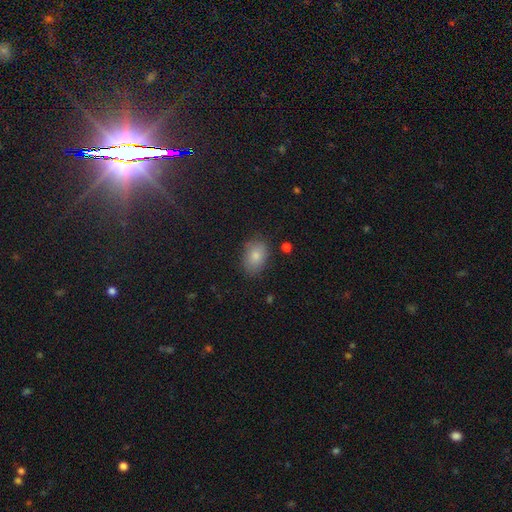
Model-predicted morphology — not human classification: Smooth or featured?
  - smooth: 83% *
  - featured or disk: 9%
  - star or artifact: 8%
How rounded?
  - in between: 81% *
  - round: 18%
  - cigar-shaped: 1%
Merging?
  - none: 78% *
  - minor disturbance: 16%
  - major disturbance: 4%
  - merger: 2%